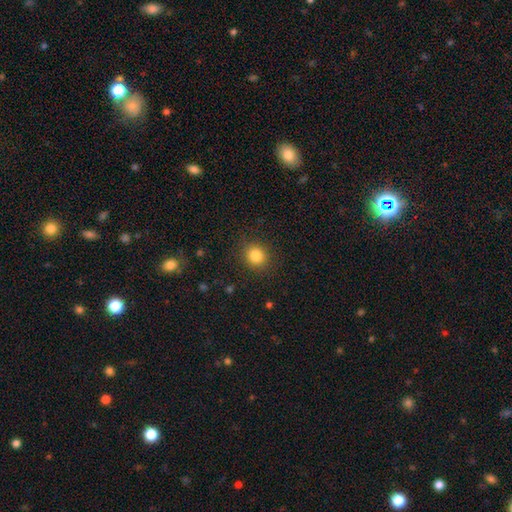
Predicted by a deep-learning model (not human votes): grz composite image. It shows a smooth galaxy with no disk features (83%) that is round (83%). Merging: none (88%).